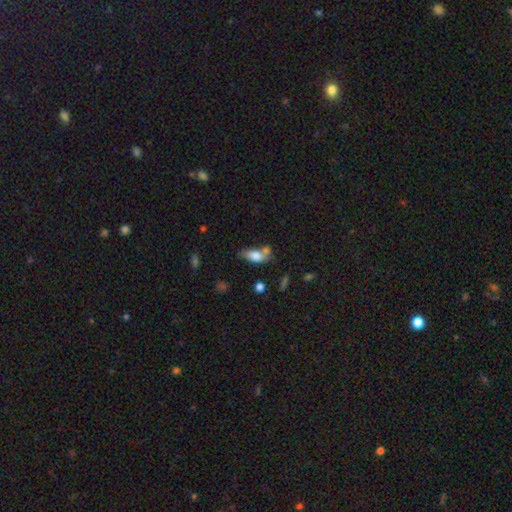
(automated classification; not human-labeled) This appears to be a smooth galaxy with no disk features (76%) that is in between round and cigar-shaped (81%). Merging: none (41%).